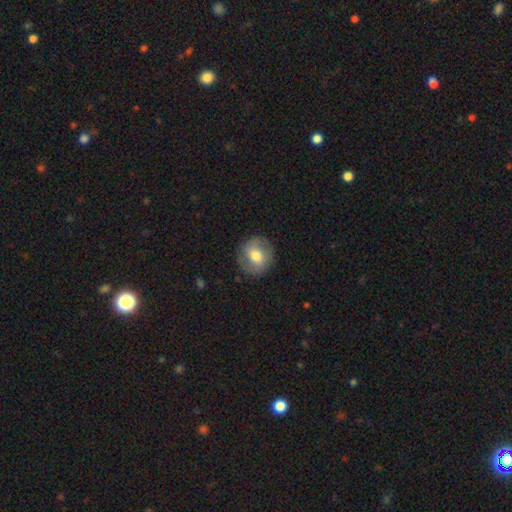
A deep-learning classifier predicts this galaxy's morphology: The model was most divided on "smooth or featured": smooth: 61%, featured or disk: 31%, star or artifact: 8%. More confident: how rounded — round (88%); merging — none (86%).